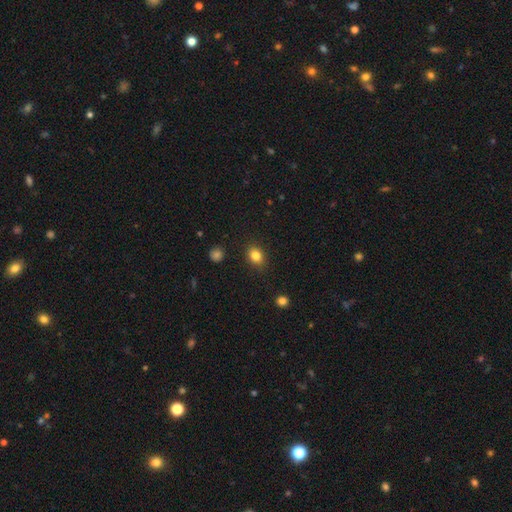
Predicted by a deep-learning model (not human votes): This appears to be a smooth galaxy with no disk features (83%) that is in between round and cigar-shaped (57%). Merging: none (86%).